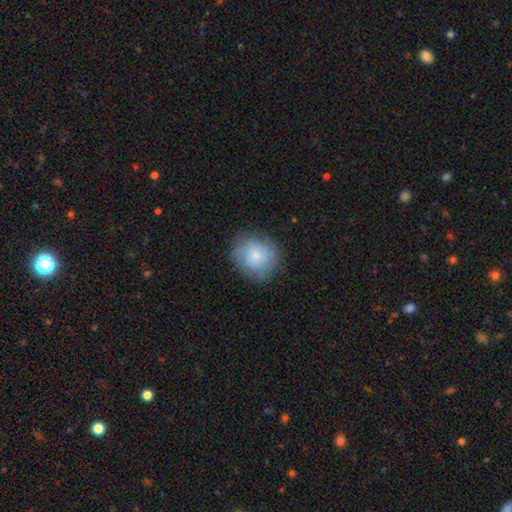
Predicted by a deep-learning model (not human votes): The model was most divided on "smooth or featured": smooth: 71%, featured or disk: 22%, star or artifact: 8%. More confident: how rounded — round (83%); merging — none (78%).